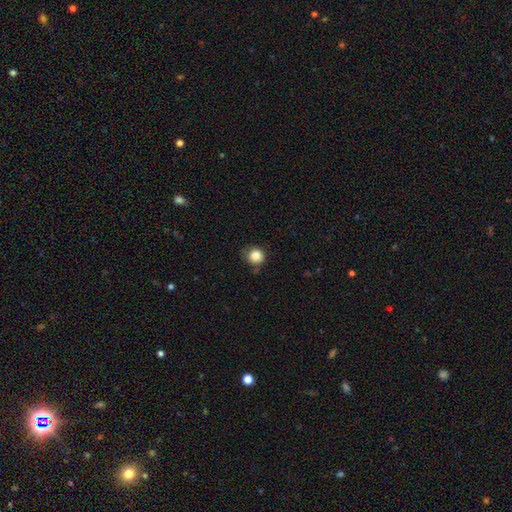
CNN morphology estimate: Smooth or featured? Predicted: smooth (p=0.86). How rounded? Predicted: round (p=0.90). Merging? Predicted: none (p=0.72).